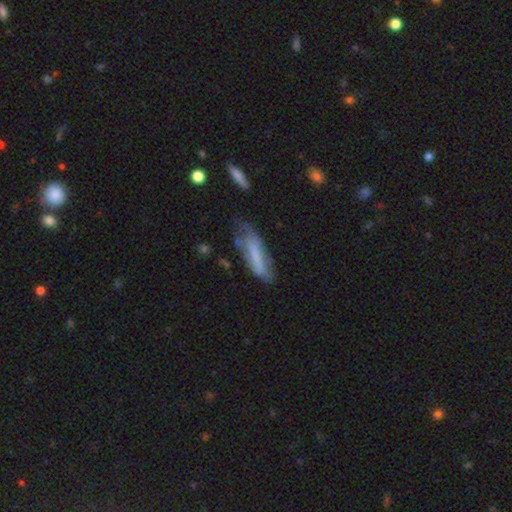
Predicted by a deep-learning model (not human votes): A smooth galaxy with no disk features (57%) that is cigar-shaped (62%).

Vote fractions:
- Smooth or featured? smooth: 57% / featured or disk: 35% / star or artifact: 8%
- How rounded? cigar-shaped: 62% / in between: 36% / round: 2%
- Merging? none: 43% / minor disturbance: 34% / major disturbance: 18% / merger: 4%